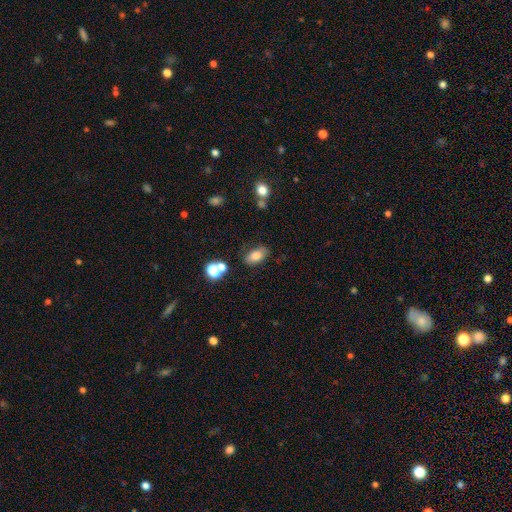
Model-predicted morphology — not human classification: Q: Smooth or featured?
A: smooth (78%); runner-up: star or artifact (11%)
Q: How rounded?
A: in between (89%); runner-up: round (8%)
Q: Merging?
A: none (76%); runner-up: minor disturbance (14%)